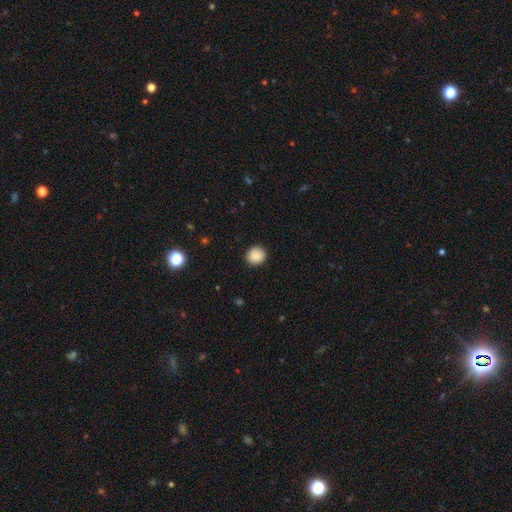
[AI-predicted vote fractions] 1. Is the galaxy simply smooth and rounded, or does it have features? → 89% smooth, 8% star or artifact, 3% featured or disk.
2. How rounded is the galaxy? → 88% round, 11% in between, 1% cigar-shaped.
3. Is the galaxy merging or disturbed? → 90% none, 7% minor disturbance, 2% major disturbance, 1% merger.